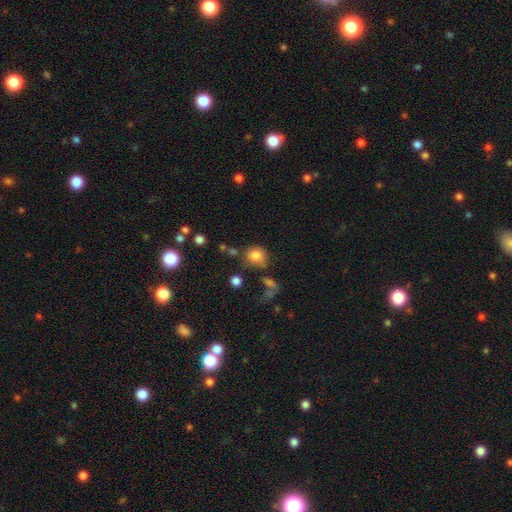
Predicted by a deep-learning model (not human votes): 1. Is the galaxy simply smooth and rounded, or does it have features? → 81% smooth, 11% star or artifact, 8% featured or disk.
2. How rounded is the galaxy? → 76% round, 23% in between, 1% cigar-shaped.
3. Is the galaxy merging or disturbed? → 58% none, 18% minor disturbance, 13% merger, 11% major disturbance.